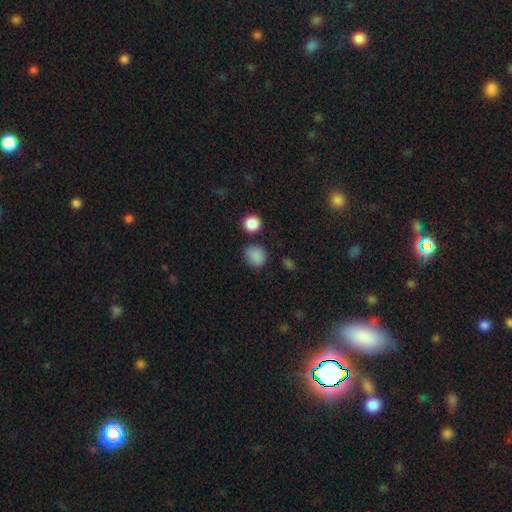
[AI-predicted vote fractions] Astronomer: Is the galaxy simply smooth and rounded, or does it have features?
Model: smooth — 85%.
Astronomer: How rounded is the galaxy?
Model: round — 78%.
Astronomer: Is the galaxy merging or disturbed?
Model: none — 76%.